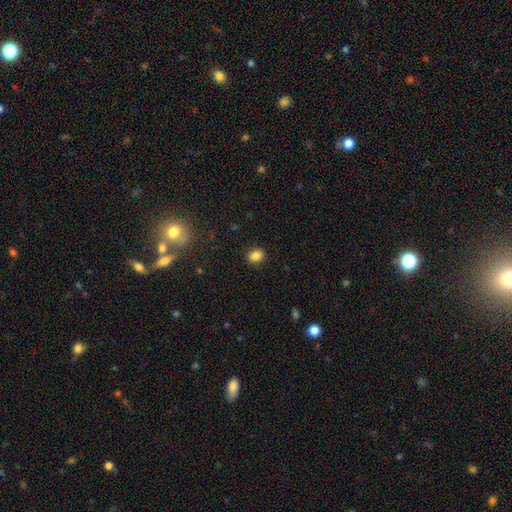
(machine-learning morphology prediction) Smooth or featured: smooth — 84% (star or artifact — 11%)
How rounded: round — 55% (in between — 44%)
Merging: none — 89% (minor disturbance — 8%)